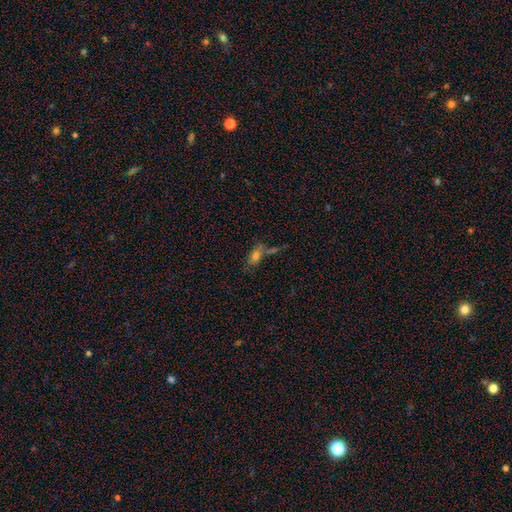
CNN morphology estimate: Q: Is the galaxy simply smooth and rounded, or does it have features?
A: smooth — 68%.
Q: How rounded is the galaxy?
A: in between — 79%.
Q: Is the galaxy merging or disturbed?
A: none — 46%.